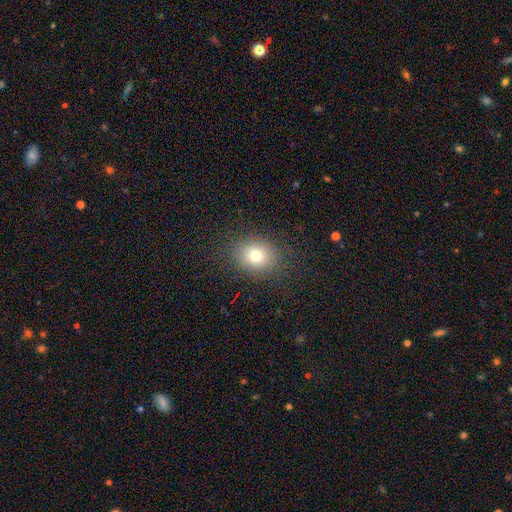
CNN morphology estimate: This is likely a smooth galaxy (75%). How rounded: likely round (61%). Merging: clearly none (85%).